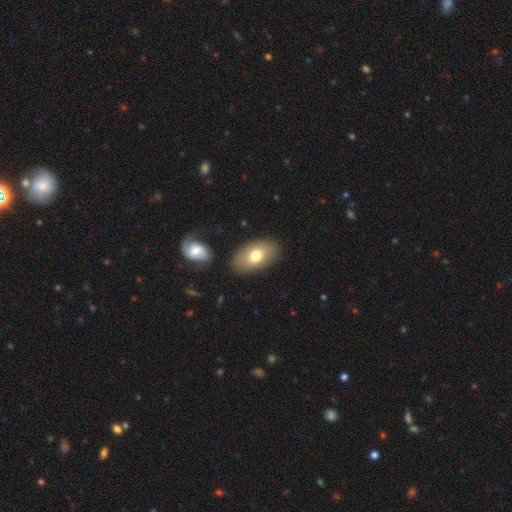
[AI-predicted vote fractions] This is likely a smooth galaxy (73%). How rounded: clearly in between (92%). Merging: clearly none (82%).